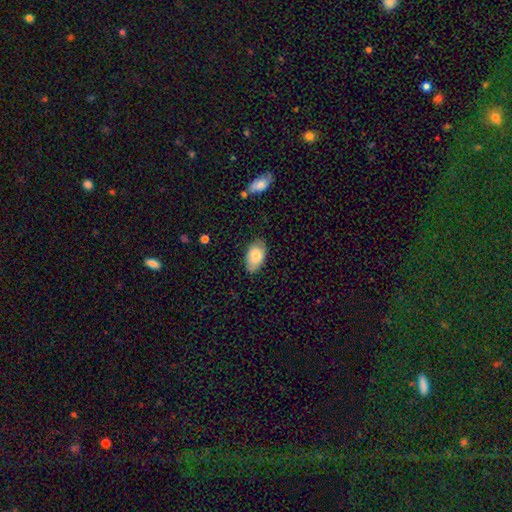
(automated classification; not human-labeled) smooth-or-featured: smooth: 80% | featured or disk: 14% | star or artifact: 6%
  how-rounded: in between: 94% | round: 5% | cigar-shaped: 1%
  merging: none: 75% | minor disturbance: 20% | major disturbance: 3% | merger: 1%